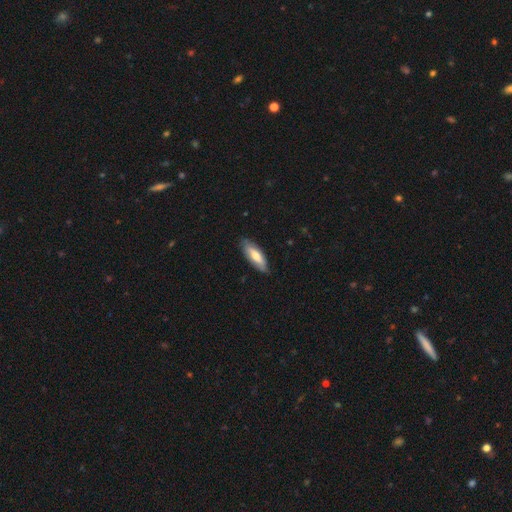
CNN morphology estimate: A smooth galaxy with no disk features (67%) that is in between round and cigar-shaped (62%). Merging: none (82%).